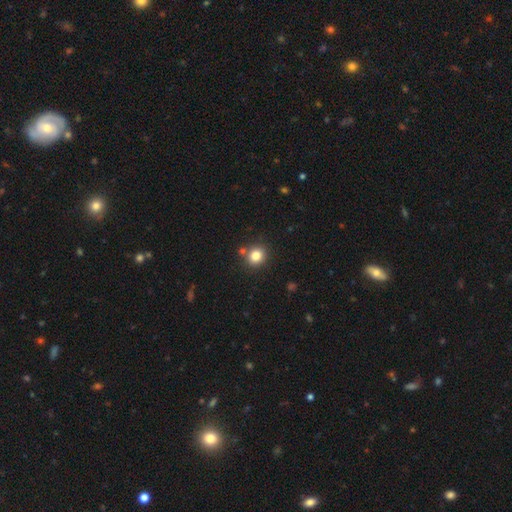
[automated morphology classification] Q: Smooth or featured?
A: smooth (82%); runner-up: star or artifact (12%)
Q: How rounded?
A: round (82%); runner-up: in between (17%)
Q: Merging?
A: none (81%); runner-up: minor disturbance (9%)